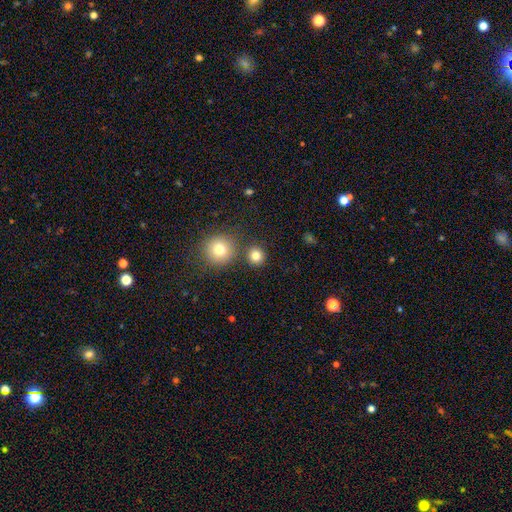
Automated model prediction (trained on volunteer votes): Smooth or featured? smooth (80%)
How rounded? round (91%)
Merging? none (81%)